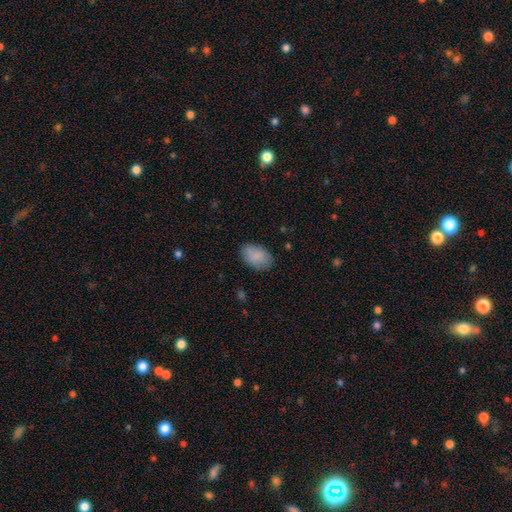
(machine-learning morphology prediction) This is clearly a smooth galaxy (87%). How rounded: clearly in between (88%). Merging: likely none (80%).